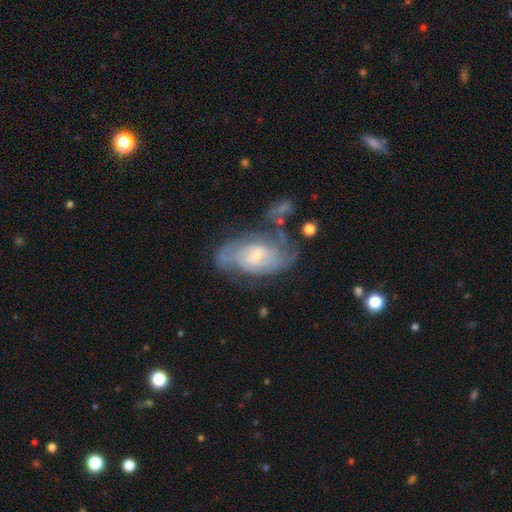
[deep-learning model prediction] Morphology: type=featured or disk (82%); edge-on=no (96%); bar=no (49%); spiral arms=yes (90%); winding=medium (42%); arm count=2 (51%); bulge=small (56%); merging=none (50%).